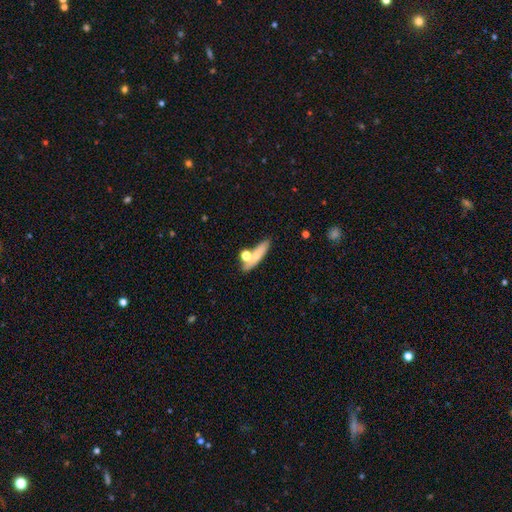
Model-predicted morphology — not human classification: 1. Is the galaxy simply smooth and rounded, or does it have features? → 68% smooth, 23% featured or disk, 9% star or artifact.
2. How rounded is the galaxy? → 58% cigar-shaped, 32% in between, 10% round.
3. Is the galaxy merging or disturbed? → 62% none, 21% merger, 13% minor disturbance, 5% major disturbance.